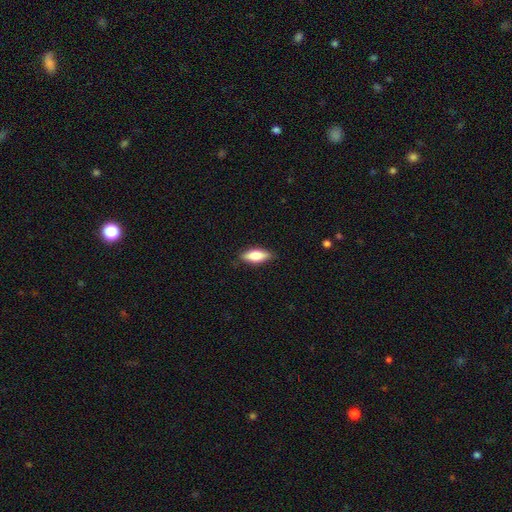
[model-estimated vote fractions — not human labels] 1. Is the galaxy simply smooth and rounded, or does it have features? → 72% smooth, 22% featured or disk, 6% star or artifact.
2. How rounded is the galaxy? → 73% in between, 24% cigar-shaped, 3% round.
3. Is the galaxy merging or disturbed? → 86% none, 11% minor disturbance, 2% major disturbance, 1% merger.